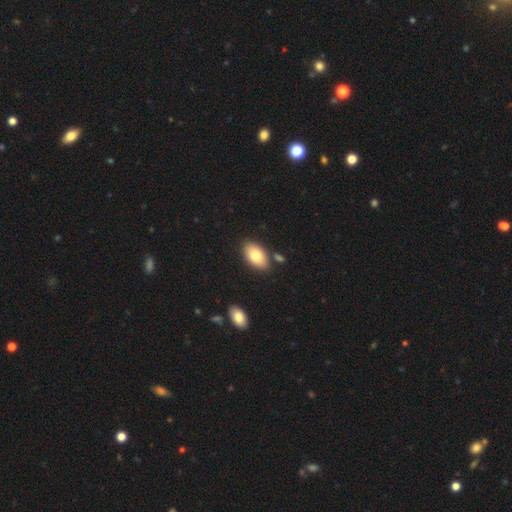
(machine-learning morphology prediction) Smooth or featured? Predicted: smooth (p=0.78). How rounded? Predicted: in between (p=0.93). Merging? Predicted: none (p=0.81).